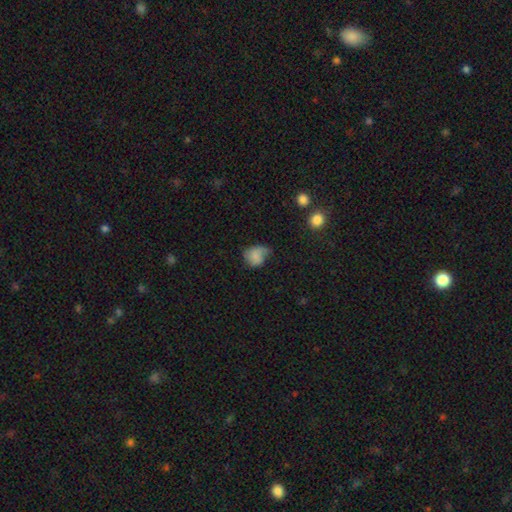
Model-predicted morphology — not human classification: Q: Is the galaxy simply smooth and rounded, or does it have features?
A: smooth — 71%.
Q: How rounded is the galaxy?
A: round — 54%.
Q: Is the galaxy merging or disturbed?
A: minor disturbance — 39%.